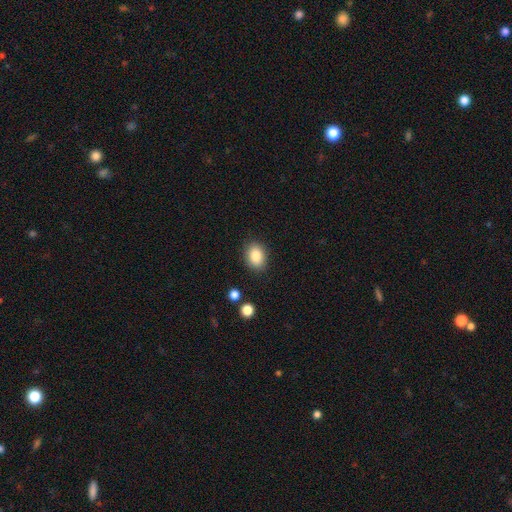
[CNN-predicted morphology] Smooth or featured? smooth (84%)
How rounded? in between (68%)
Merging? none (86%)